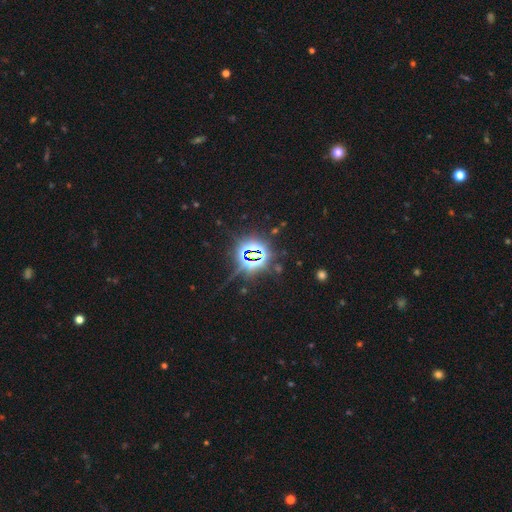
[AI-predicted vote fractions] smooth-or-featured: star or artifact: 81% | smooth: 11% | featured or disk: 8%